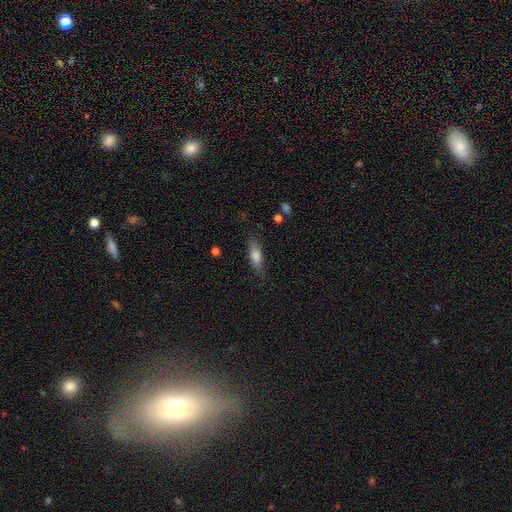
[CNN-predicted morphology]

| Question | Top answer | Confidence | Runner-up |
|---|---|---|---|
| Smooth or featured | smooth | 75% | featured or disk (18%) |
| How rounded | in between | 53% | cigar-shaped (44%) |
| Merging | none | 79% | minor disturbance (15%) |